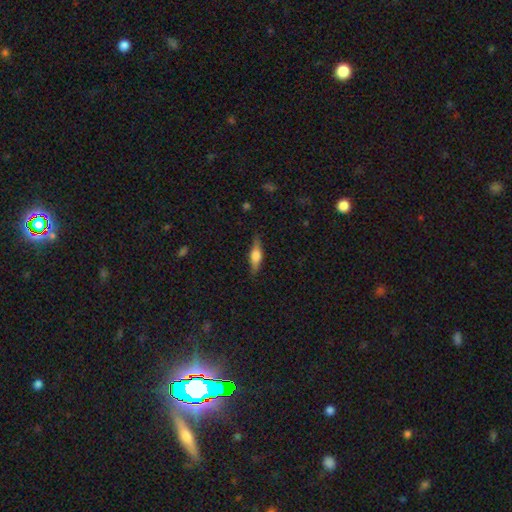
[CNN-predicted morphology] This appears to be a featured or disk galaxy (50%). Merging: none (85%).